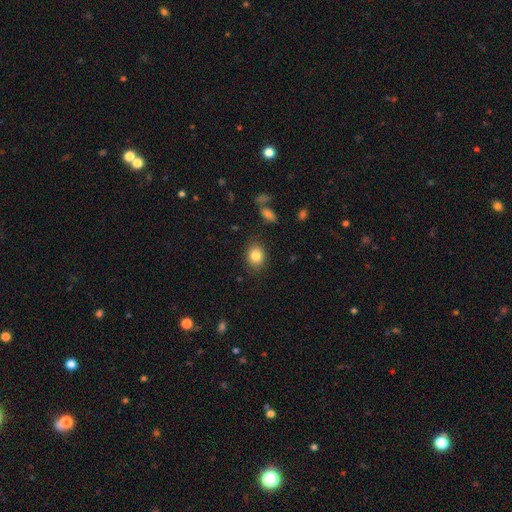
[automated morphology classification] A smooth galaxy with no disk features (84%) that is round (54%). Merging: none (86%).